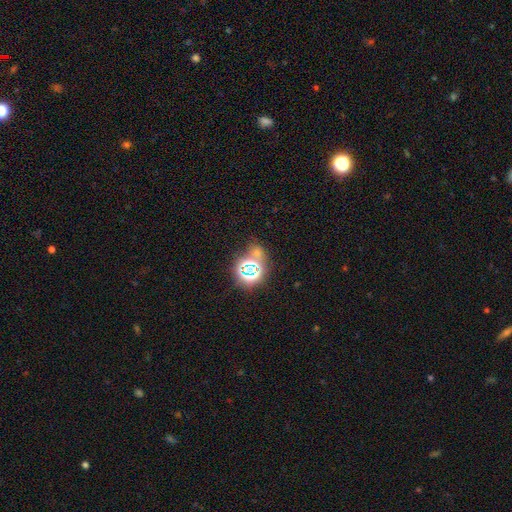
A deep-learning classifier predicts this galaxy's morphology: Smooth or featured?
  - star or artifact: 57% *
  - smooth: 33%
  - featured or disk: 10%